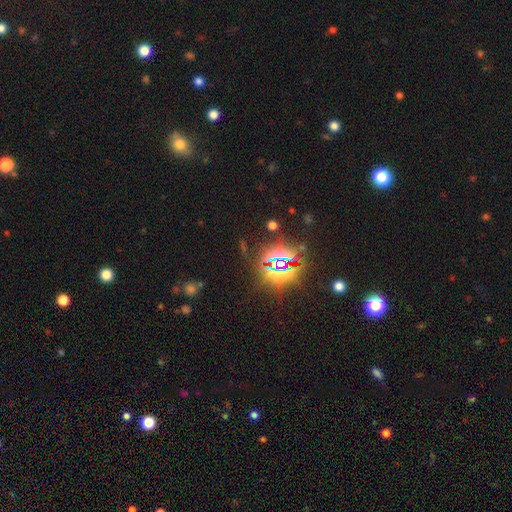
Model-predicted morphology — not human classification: star or artifact 81%, smooth 11%, featured or disk 8%.